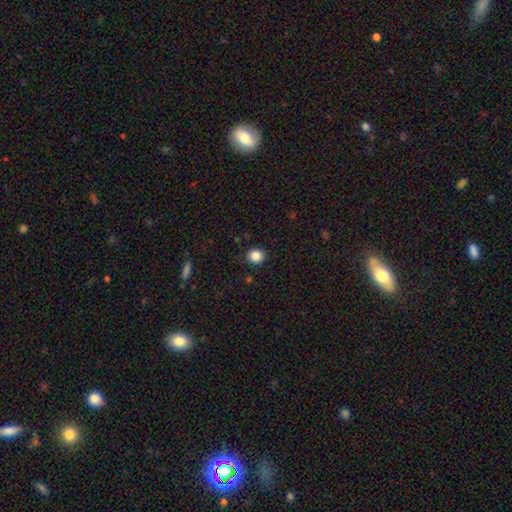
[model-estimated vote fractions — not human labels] Overall: smooth (85%). How rounded: round (85%). Merging: none (91%).